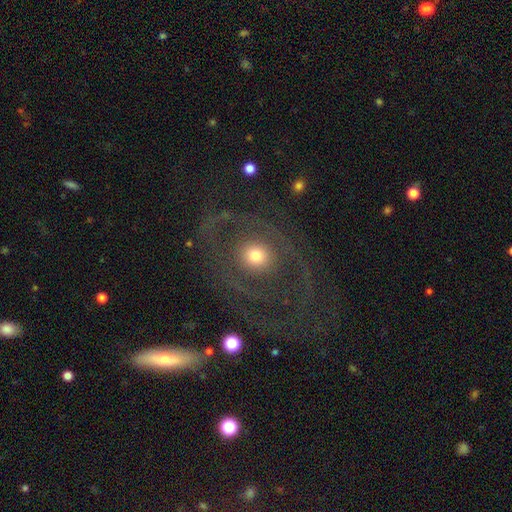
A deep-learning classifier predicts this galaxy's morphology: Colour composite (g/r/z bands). It shows a featured or disk galaxy (66%) with no bar (83%), spiral arms (69%) and a moderate central bulge (50%). Merging: none (69%).